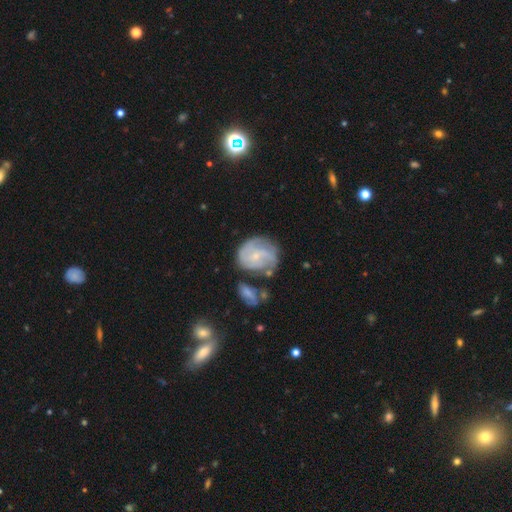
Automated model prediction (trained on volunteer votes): Smooth or featured: featured or disk — 74% (smooth — 20%)
Edge-on disk: no — 98% (yes — 2%)
Bar: no — 57% (weak — 36%)
Spiral arms: yes — 90% (no — 10%)
Spiral winding: tight — 44% (medium — 40%)
Spiral arm count: 2 — 30% (tied with can't tell — 30%)
Bulge size: small — 76% (moderate — 16%)
Merging: none — 53% (minor disturbance — 23%)